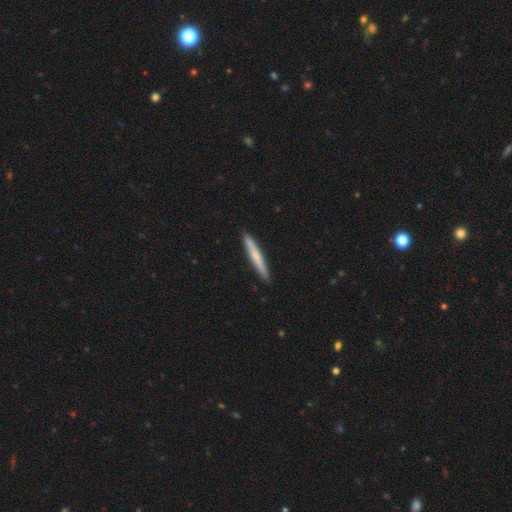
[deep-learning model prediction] smooth_or_featured: smooth (p=0.62) [alt: featured or disk p=0.33]
how_rounded: cigar-shaped (p=0.96) [alt: in between p=0.02]
merging: none (p=0.91) [alt: minor disturbance p=0.06]